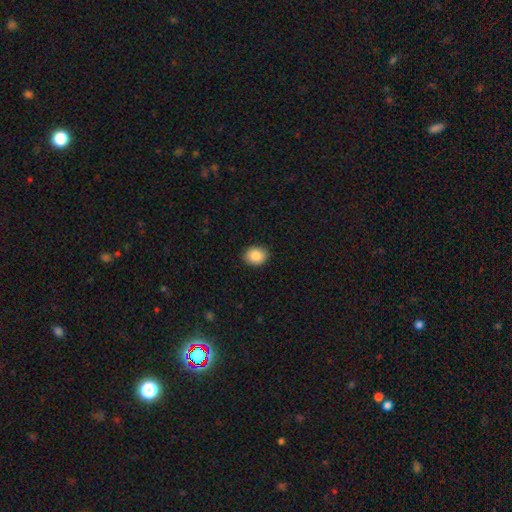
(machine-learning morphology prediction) Smooth or featured: smooth — 86% (star or artifact — 8%)
How rounded: round — 52% (in between — 47%)
Merging: none — 90% (minor disturbance — 7%)